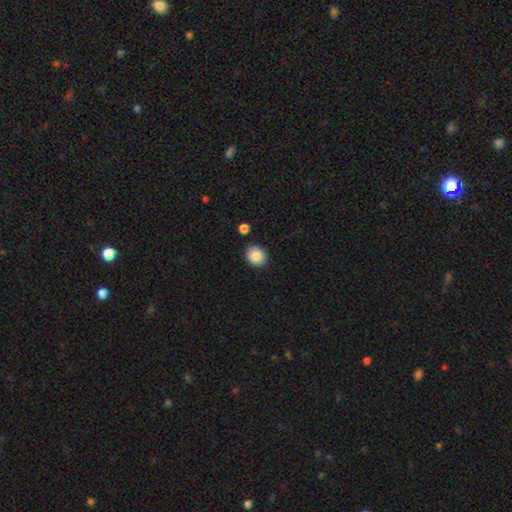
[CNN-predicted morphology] Smooth or featured?
  - smooth: 87% *
  - star or artifact: 8%
  - featured or disk: 5%
How rounded?
  - round: 64% *
  - in between: 35%
  - cigar-shaped: 1%
Merging?
  - none: 87% *
  - minor disturbance: 8%
  - merger: 3%
  - major disturbance: 2%